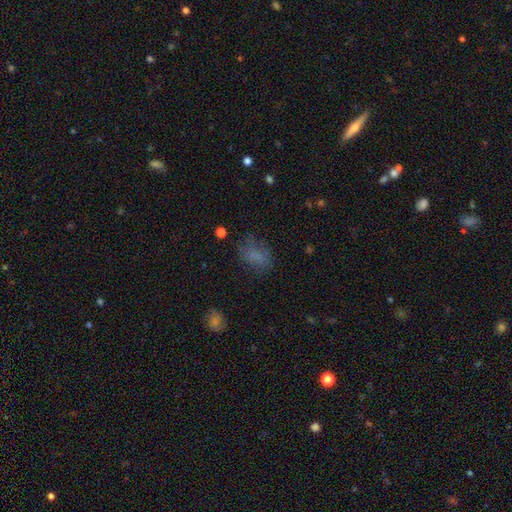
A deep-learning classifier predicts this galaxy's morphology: smooth 71%, star or artifact 16%, featured or disk 13%. Down the decision tree: how rounded — in between (76%); merging — none (61%).